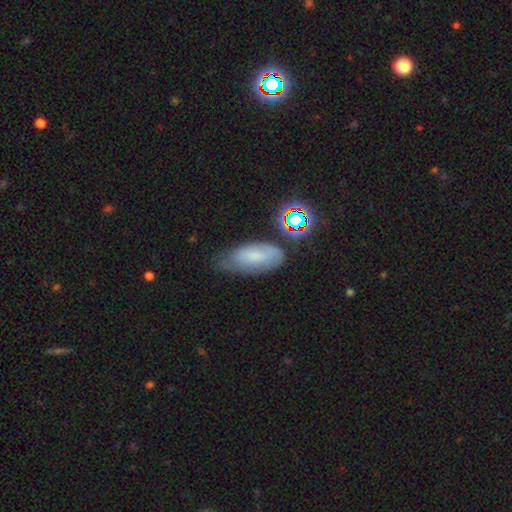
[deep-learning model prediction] smooth_or_featured: smooth (p=0.60) [alt: featured or disk p=0.25]
how_rounded: in between (p=0.85) [alt: cigar-shaped p=0.10]
merging: none (p=0.53) [alt: minor disturbance p=0.31]